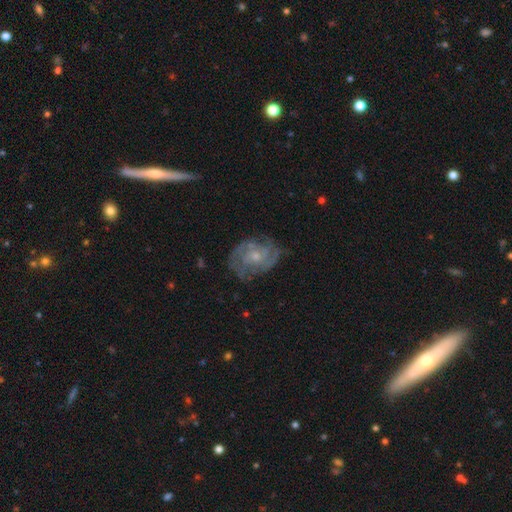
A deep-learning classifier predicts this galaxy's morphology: Smooth or featured? Predicted: featured or disk (p=0.78). Edge-on disk? Predicted: no (p=0.97). Bar? Predicted: no (p=0.75). Spiral arms? Predicted: yes (p=0.88). Spiral winding? Predicted: tight (p=0.52). Spiral arm count? Predicted: can't tell (p=0.35). Bulge size? Predicted: small (p=0.57). Merging? Predicted: none (p=0.68).